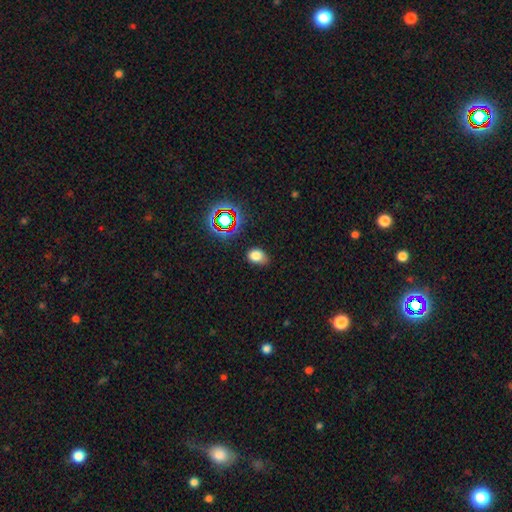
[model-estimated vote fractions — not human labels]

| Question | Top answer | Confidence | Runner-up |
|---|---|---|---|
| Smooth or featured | smooth | 75% | star or artifact (17%) |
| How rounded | in between | 70% | round (29%) |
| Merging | none | 71% | minor disturbance (21%) |